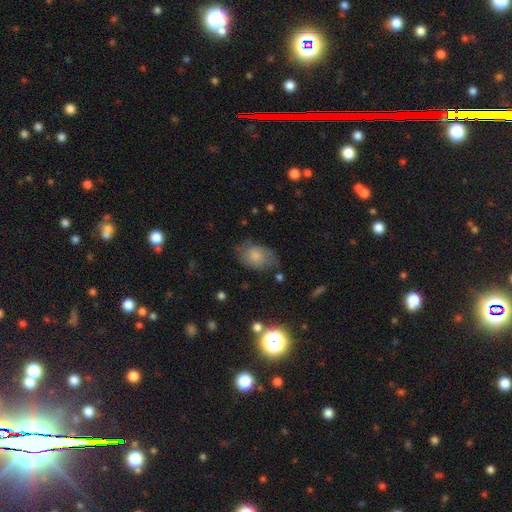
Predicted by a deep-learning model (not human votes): This appears to be a smooth galaxy with no disk features (72%) that is in between round and cigar-shaped (81%). Merging: none (55%).